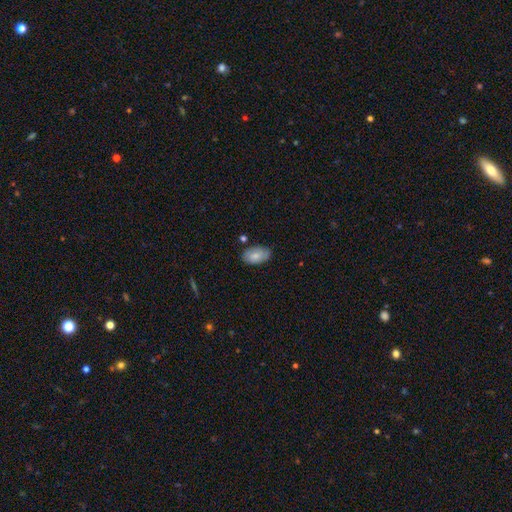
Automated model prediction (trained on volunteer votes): A smooth galaxy with no disk features (79%) that is in between round and cigar-shaped (93%). Merging: none (74%).